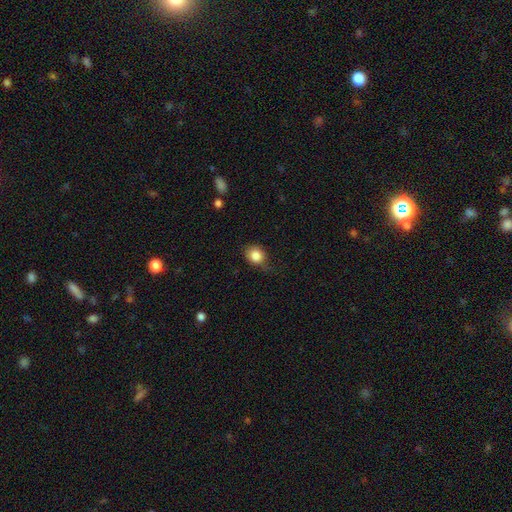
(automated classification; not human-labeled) Smooth or featured? Predicted: smooth (p=0.84). How rounded? Predicted: round (p=0.61). Merging? Predicted: none (p=0.60).